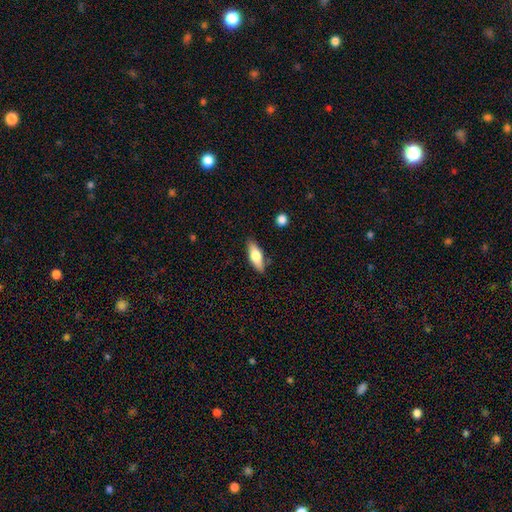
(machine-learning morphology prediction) This is likely a smooth galaxy (65%). How rounded: likely in between (66%). Merging: clearly none (83%).